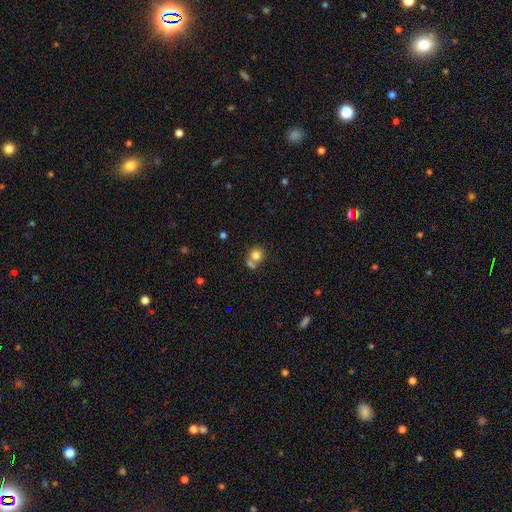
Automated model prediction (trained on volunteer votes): This is likely a smooth galaxy (79%). How rounded: clearly round (82%). Merging: possibly none (50%).